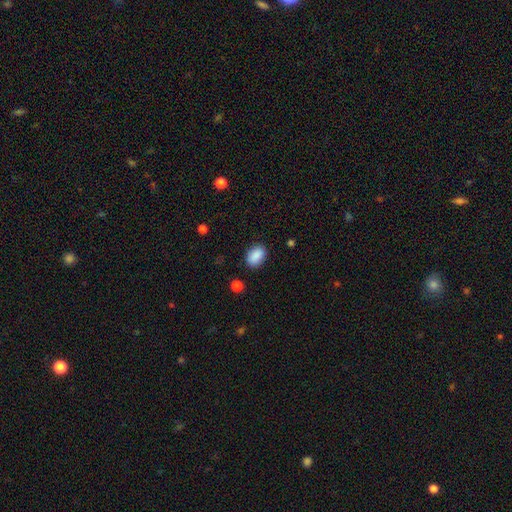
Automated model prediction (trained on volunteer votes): Overall: smooth (89%). How rounded: in between (86%). Merging: none (85%).